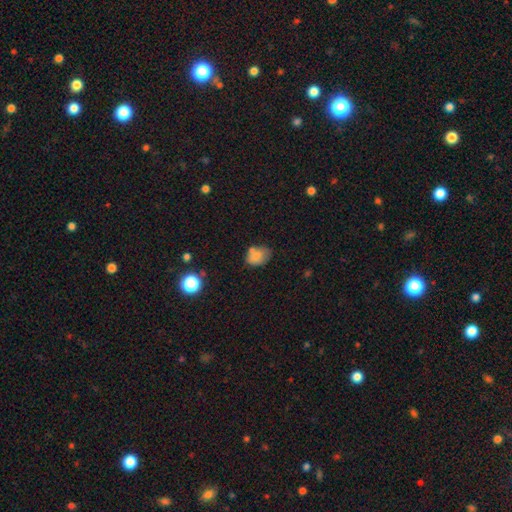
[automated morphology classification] Overall: smooth (76%). How rounded: in between (74%). Merging: none (57%; minor disturbance 22%).